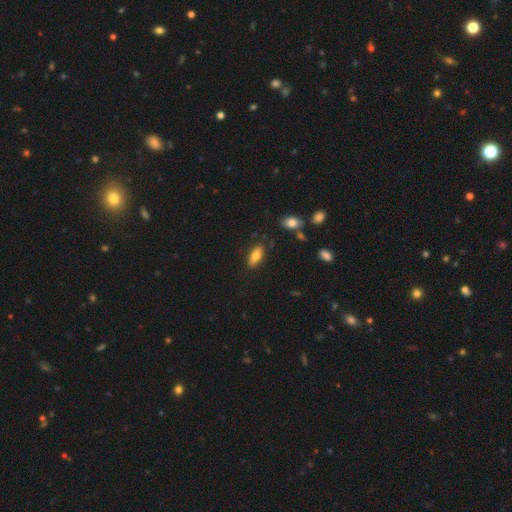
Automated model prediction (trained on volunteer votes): A smooth galaxy with no disk features (78%) that is in between round and cigar-shaped (78%).

Vote fractions:
- Smooth or featured? smooth: 78% / featured or disk: 15% / star or artifact: 8%
- How rounded? in between: 78% / cigar-shaped: 20% / round: 3%
- Merging? none: 83% / minor disturbance: 12% / major disturbance: 3% / merger: 2%